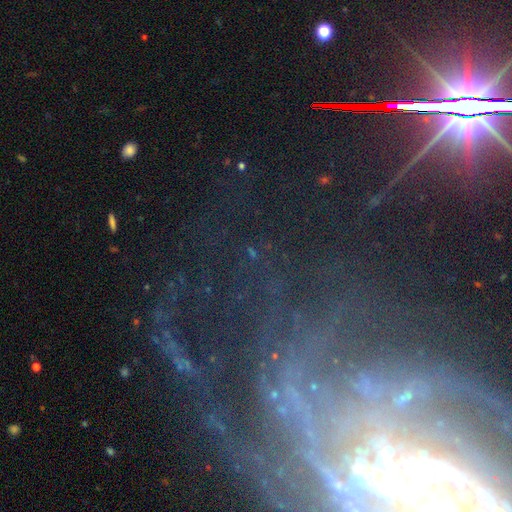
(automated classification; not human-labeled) Smooth or featured? Predicted: featured or disk (p=0.51). Edge-on disk? Predicted: no (p=0.85). Merging? Predicted: none (p=0.65).